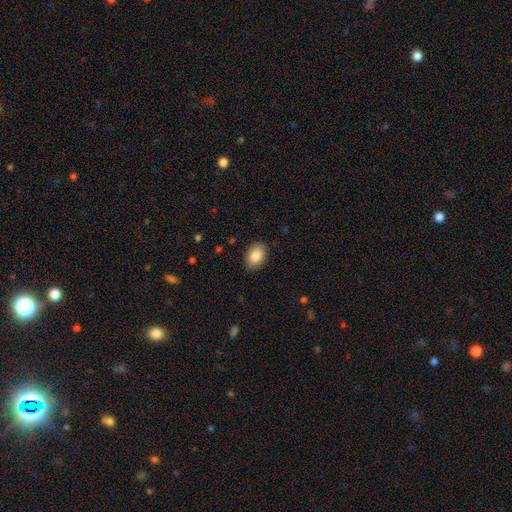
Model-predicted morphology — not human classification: Overall: smooth (87%). How rounded: in between (75%). Merging: none (88%).